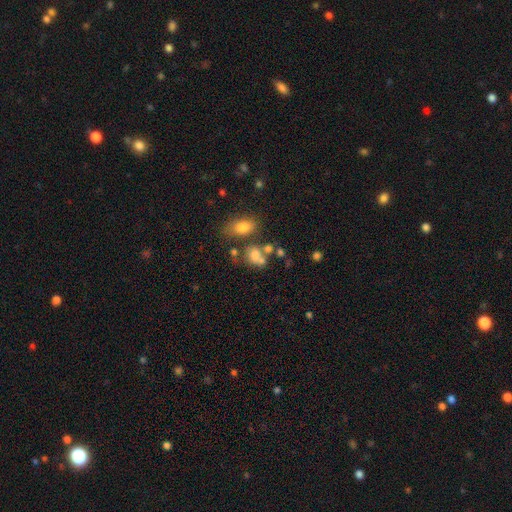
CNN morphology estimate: Smooth or featured: smooth — 69% (featured or disk — 17%)
How rounded: in between — 58% (round — 40%)
Merging: merger — 40% (none — 36%)